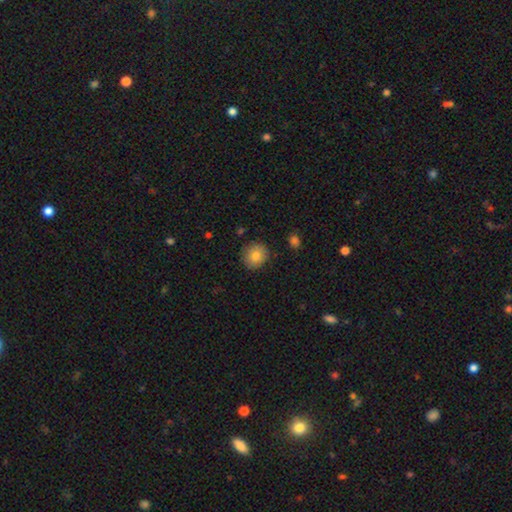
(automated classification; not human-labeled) Morphology: type=smooth (81%); roundness=round (85%); merging=none (87%).